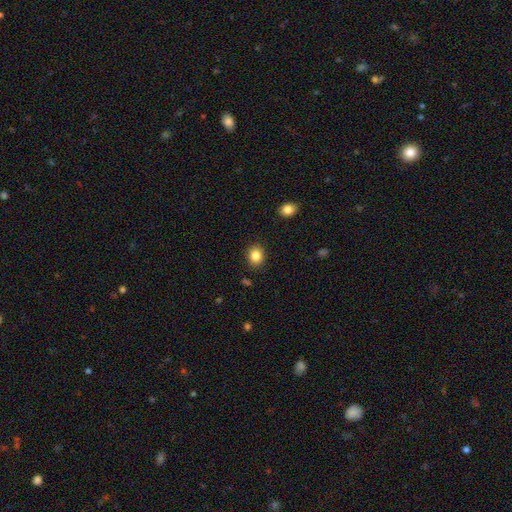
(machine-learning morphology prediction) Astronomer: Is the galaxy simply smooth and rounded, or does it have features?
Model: smooth — 85%.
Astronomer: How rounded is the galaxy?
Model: round — 66%.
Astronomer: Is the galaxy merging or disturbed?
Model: none — 90%.